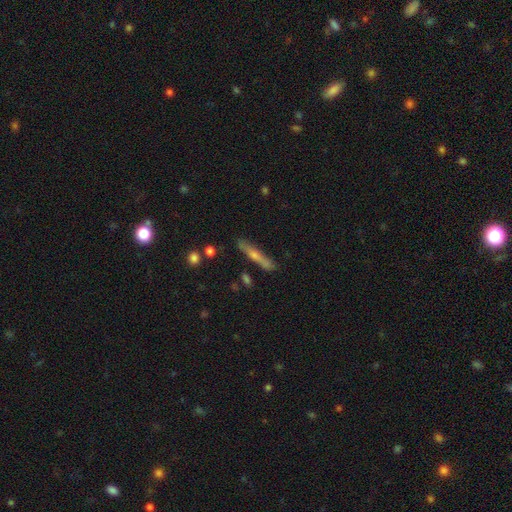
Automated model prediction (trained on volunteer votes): A featured or disk galaxy (51%) viewed edge-on (93%). Merging: none (81%).